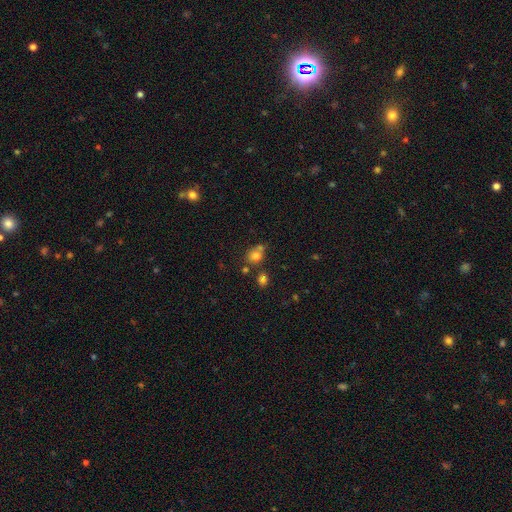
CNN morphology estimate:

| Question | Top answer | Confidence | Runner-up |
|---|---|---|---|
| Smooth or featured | smooth | 76% | star or artifact (14%) |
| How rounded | round | 71% | in between (28%) |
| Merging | none | 55% | merger (25%) |